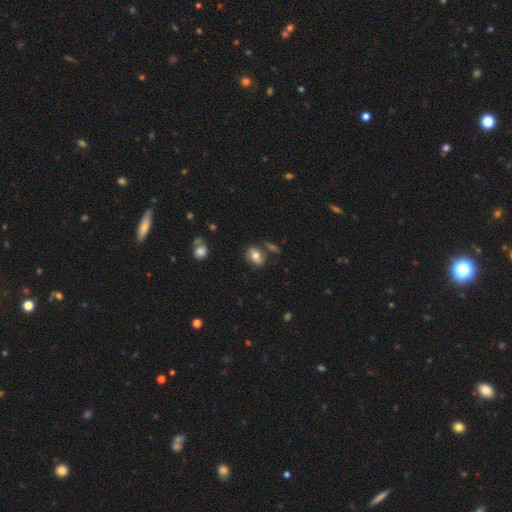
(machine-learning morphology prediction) This appears to be a smooth galaxy with no disk features (64%) that is in between round and cigar-shaped (74%). Merging: none (63%).